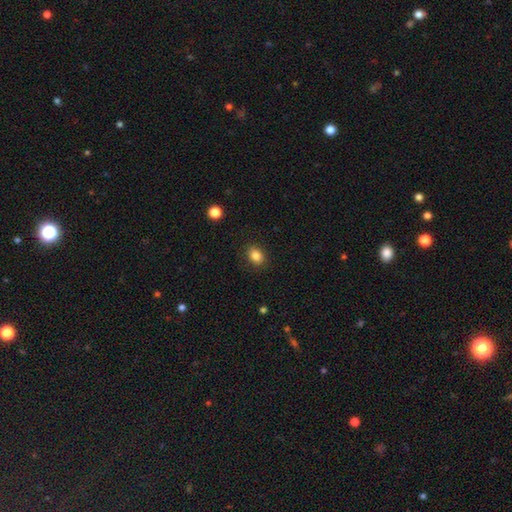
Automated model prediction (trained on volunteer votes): This is clearly a smooth galaxy (85%). How rounded: likely in between (65%). Merging: clearly none (88%).